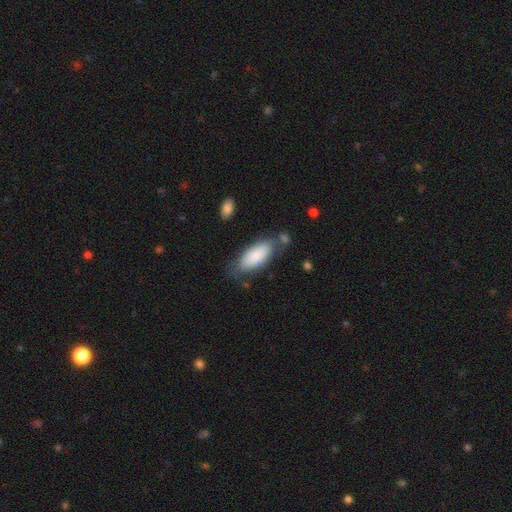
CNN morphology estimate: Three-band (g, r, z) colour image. It shows a smooth galaxy with no disk features (84%) that is in between round and cigar-shaped (80%). Merging: none (64%).